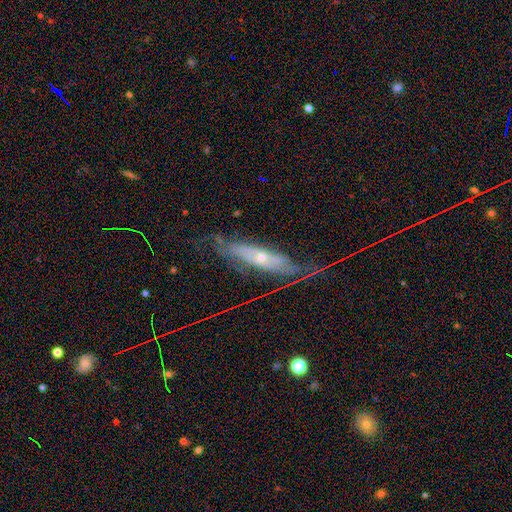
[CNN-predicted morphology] The model was most divided on "edge-on disk": no: 64%, yes: 36%. More confident: smooth or featured — featured or disk (76%); merging — none (62%).